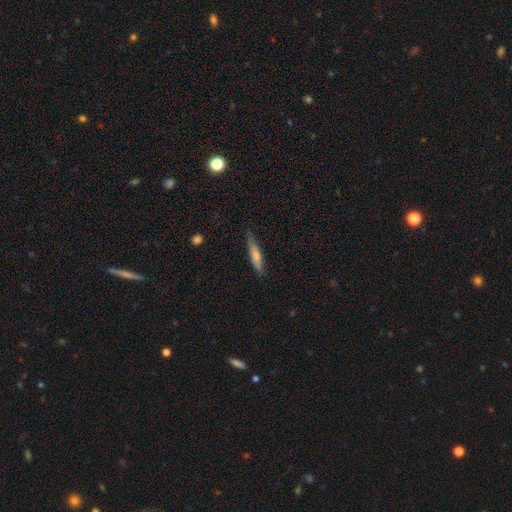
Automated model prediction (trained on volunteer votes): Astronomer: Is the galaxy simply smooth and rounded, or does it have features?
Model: smooth — 65%.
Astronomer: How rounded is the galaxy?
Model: cigar-shaped — 85%.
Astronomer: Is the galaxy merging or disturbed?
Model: none — 75%.